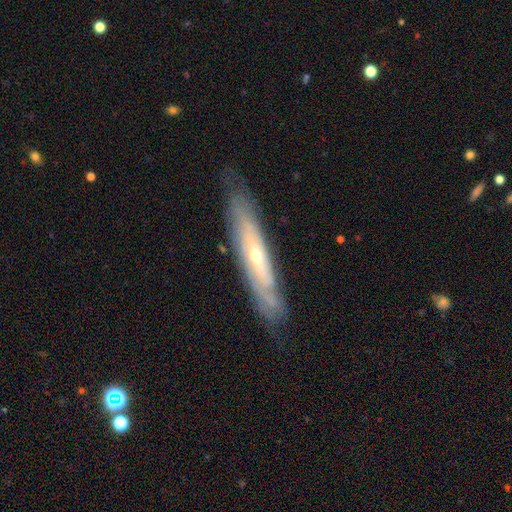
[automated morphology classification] This appears to be a featured or disk galaxy (73%). Merging: none (77%).